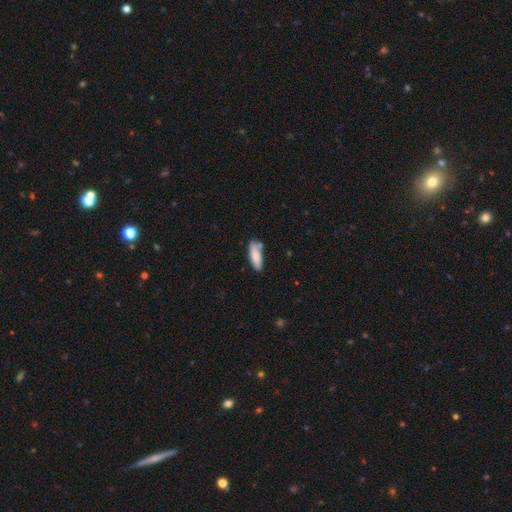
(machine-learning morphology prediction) This is clearly a smooth galaxy (82%). How rounded: possibly in between (58%). Merging: likely none (68%).